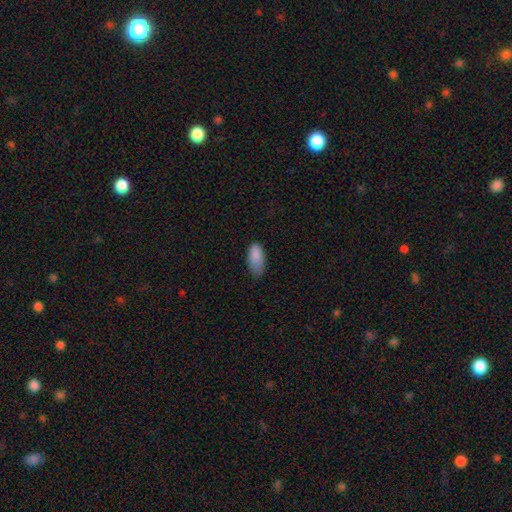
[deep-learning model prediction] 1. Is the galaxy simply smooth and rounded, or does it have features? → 88% smooth, 7% star or artifact, 5% featured or disk.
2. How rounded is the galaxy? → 92% in between, 6% cigar-shaped, 2% round.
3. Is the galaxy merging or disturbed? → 54% none, 37% minor disturbance, 8% major disturbance, 1% merger.